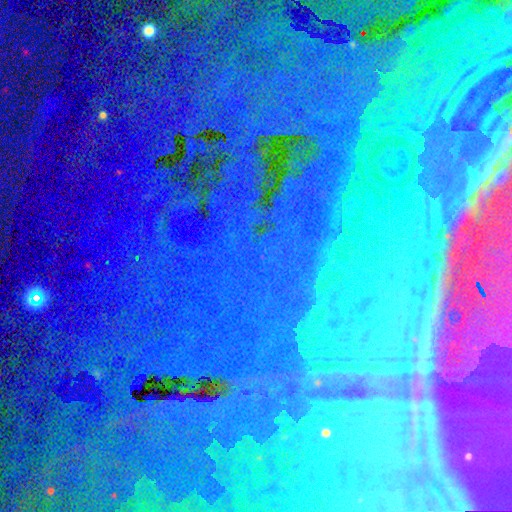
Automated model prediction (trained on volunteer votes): Q: Smooth or featured?
A: star or artifact (83%); runner-up: featured or disk (10%)